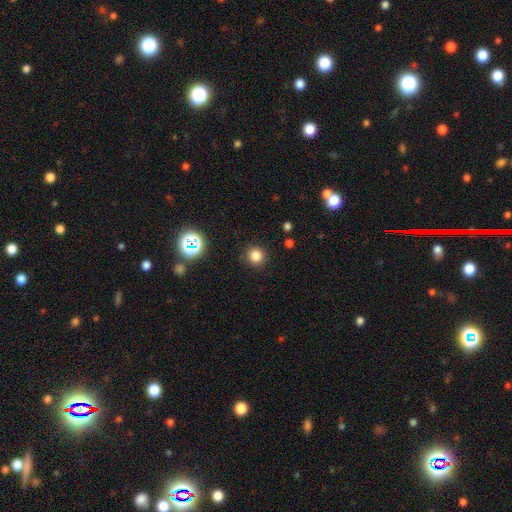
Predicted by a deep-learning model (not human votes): Smooth or featured? Predicted: smooth (p=0.80). How rounded? Predicted: round (p=0.94). Merging? Predicted: none (p=0.90).